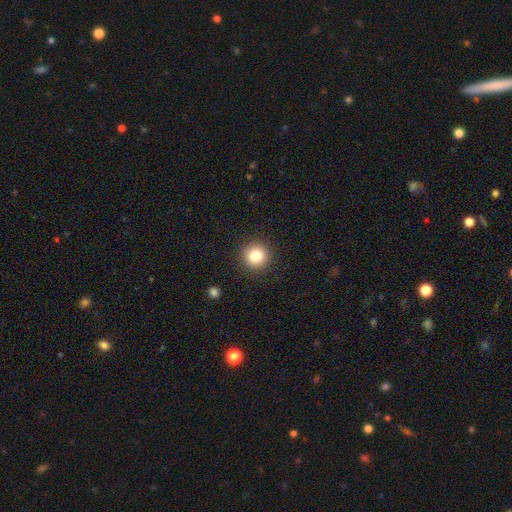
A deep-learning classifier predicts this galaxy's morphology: A smooth galaxy with no disk features (81%) that is round (94%). Merging: none (92%).